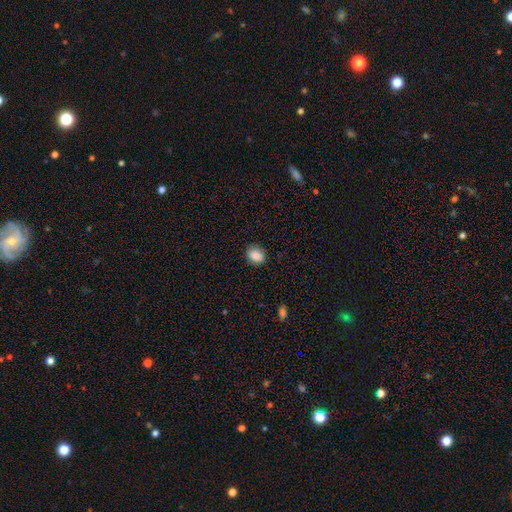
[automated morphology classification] smooth_or_featured: smooth (p=0.88) [alt: star or artifact p=0.08]
how_rounded: in between (p=0.51) [alt: round p=0.48]
merging: none (p=0.87) [alt: minor disturbance p=0.09]